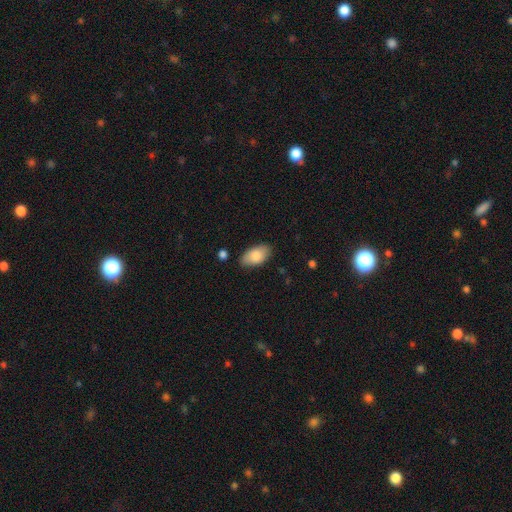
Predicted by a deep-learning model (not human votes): smooth-or-featured: smooth: 84% | featured or disk: 10% | star or artifact: 6%
  how-rounded: in between: 94% | round: 3% | cigar-shaped: 3%
  merging: none: 82% | minor disturbance: 14% | major disturbance: 3% | merger: 2%